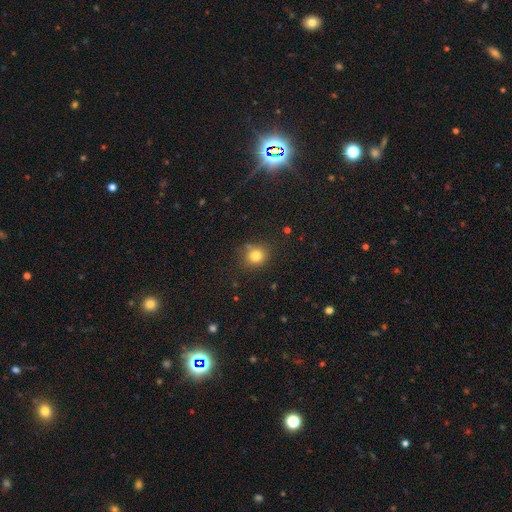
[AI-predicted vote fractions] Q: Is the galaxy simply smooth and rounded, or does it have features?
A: smooth — 81%.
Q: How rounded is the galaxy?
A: round — 82%.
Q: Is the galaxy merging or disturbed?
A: none — 79%.